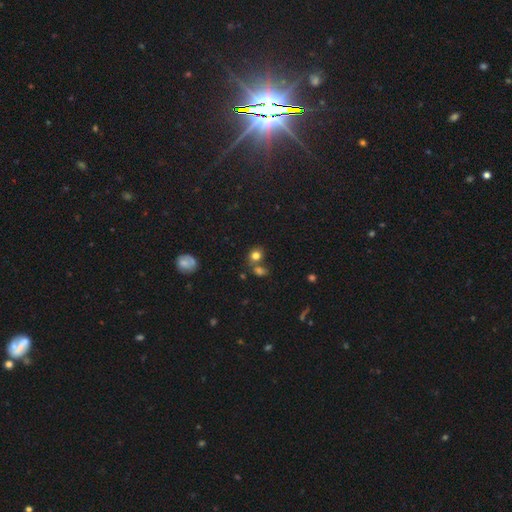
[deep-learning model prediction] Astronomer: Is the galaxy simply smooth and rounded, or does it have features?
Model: smooth — 77%.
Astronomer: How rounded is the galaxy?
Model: round — 70%.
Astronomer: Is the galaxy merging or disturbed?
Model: none — 55%.